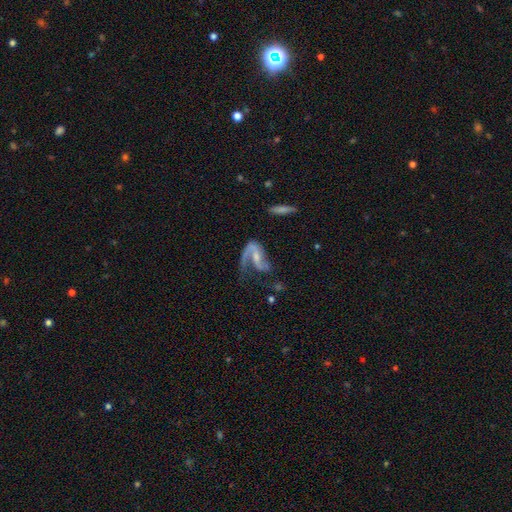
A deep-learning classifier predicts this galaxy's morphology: Smooth or featured? Predicted: featured or disk (p=0.81). Edge-on disk? Predicted: no (p=0.96). Bar? Predicted: weak (p=0.42). Spiral arms? Predicted: yes (p=0.92). Spiral winding? Predicted: loose (p=0.53). Spiral arm count? Predicted: 2 (p=0.47, tied with 1). Bulge size? Predicted: small (p=0.49). Merging? Predicted: major disturbance (p=0.41).